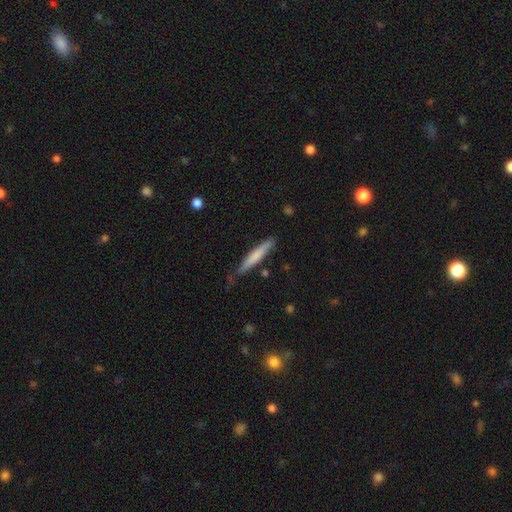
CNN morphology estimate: Q: Smooth or featured?
A: smooth (70%); runner-up: featured or disk (25%)
Q: How rounded?
A: cigar-shaped (94%); runner-up: in between (5%)
Q: Merging?
A: none (78%); runner-up: minor disturbance (17%)